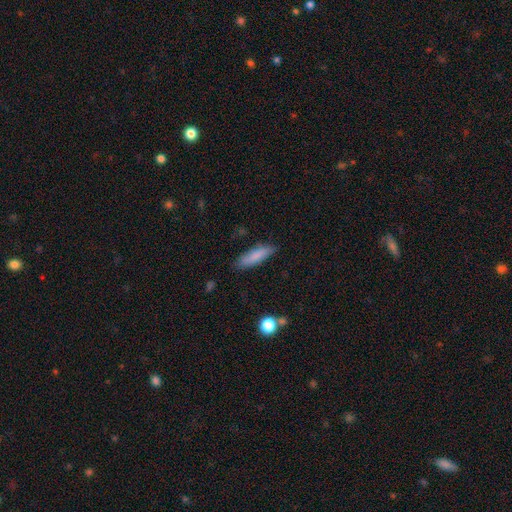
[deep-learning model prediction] Smooth or featured: smooth — 82% (featured or disk — 11%)
How rounded: cigar-shaped — 66% (in between — 32%)
Merging: none — 82% (minor disturbance — 14%)